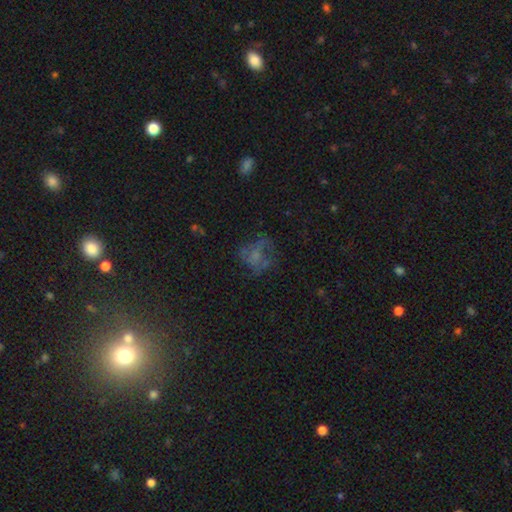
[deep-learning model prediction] featured or disk 42%, smooth 37%, star or artifact 21%. Down the decision tree: merging — none (46%).